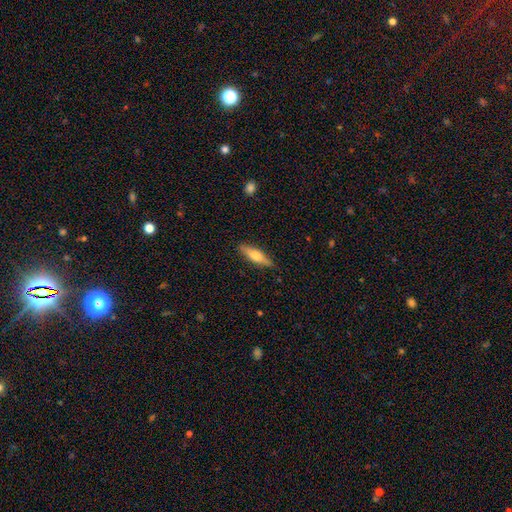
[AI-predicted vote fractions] The model was most divided on "smooth or featured": smooth: 53%, featured or disk: 41%, star or artifact: 6%. More confident: merging — none (86%); how rounded — cigar-shaped (67%).